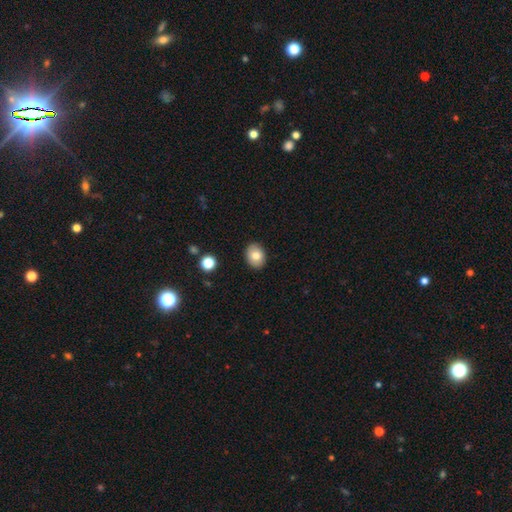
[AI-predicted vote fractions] Q: Smooth or featured?
A: smooth (79%); runner-up: featured or disk (13%)
Q: How rounded?
A: in between (65%); runner-up: round (34%)
Q: Merging?
A: none (89%); runner-up: minor disturbance (8%)